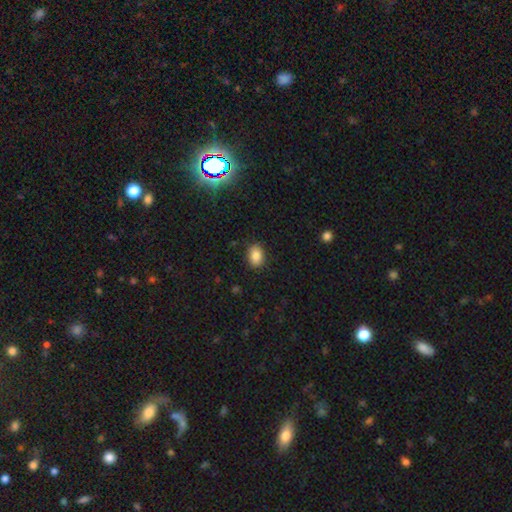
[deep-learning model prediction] The model was most divided on "how rounded": in between: 79%, round: 20%, cigar-shaped: 1%. More confident: merging — none (88%); smooth or featured — smooth (86%).